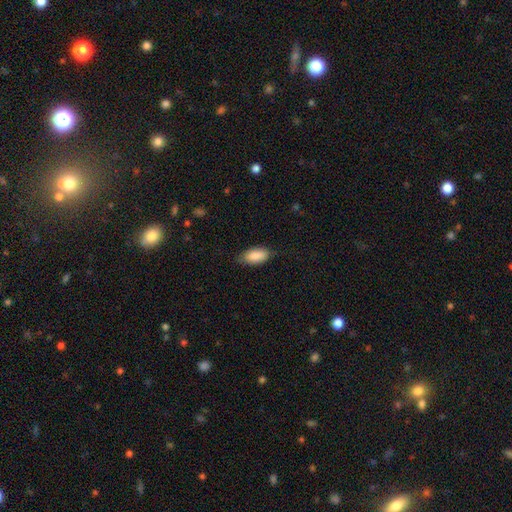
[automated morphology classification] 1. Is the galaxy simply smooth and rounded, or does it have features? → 87% smooth, 7% featured or disk, 6% star or artifact.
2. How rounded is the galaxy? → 91% in between, 6% cigar-shaped, 2% round.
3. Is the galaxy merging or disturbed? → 75% none, 21% minor disturbance, 4% major disturbance, 1% merger.